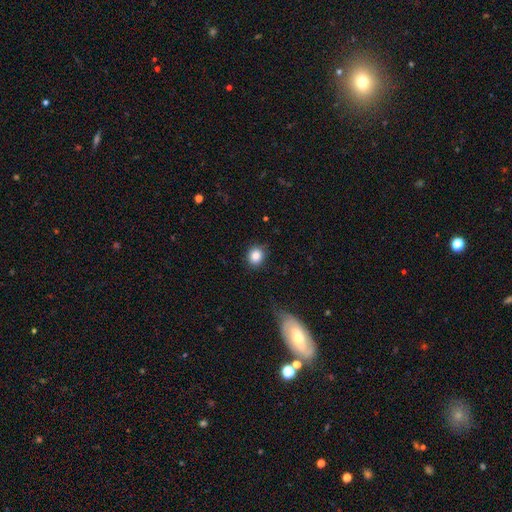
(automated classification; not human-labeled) This appears to be a smooth galaxy with no disk features (86%) that is round (76%). Merging: none (84%).